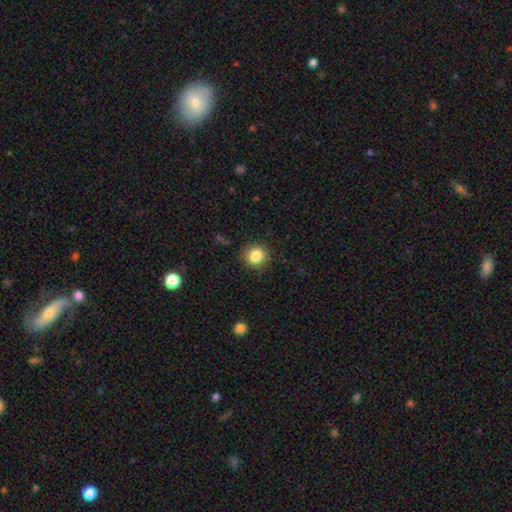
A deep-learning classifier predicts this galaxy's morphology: This is clearly a smooth galaxy (84%). How rounded: clearly round (92%). Merging: clearly none (88%).